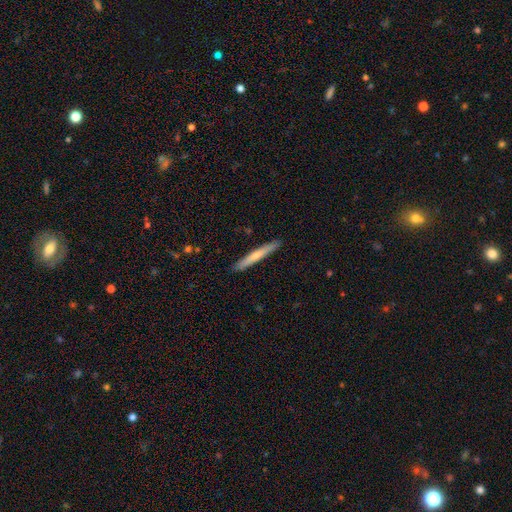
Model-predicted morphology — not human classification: This is likely a smooth galaxy (60%). How rounded: clearly cigar-shaped (96%). Merging: clearly none (90%).